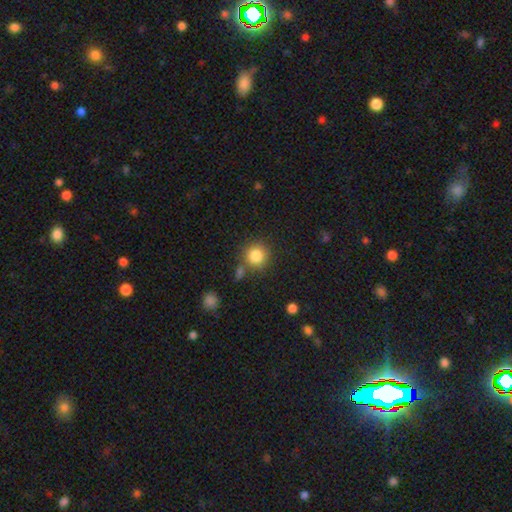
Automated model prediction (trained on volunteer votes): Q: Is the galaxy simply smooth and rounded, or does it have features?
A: smooth — 84%.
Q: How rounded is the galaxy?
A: round — 91%.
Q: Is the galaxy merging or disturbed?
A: none — 75%.